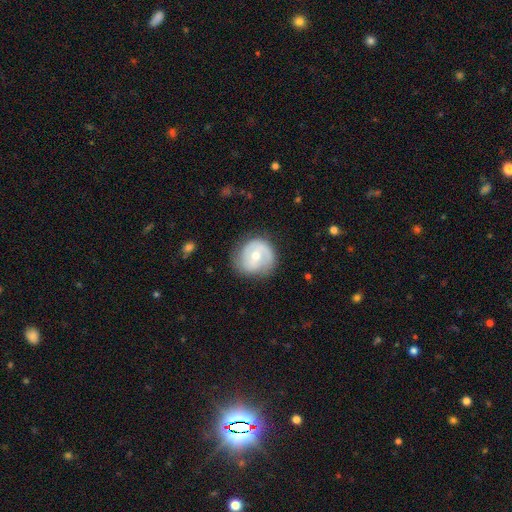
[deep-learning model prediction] Q: Smooth or featured?
A: featured or disk (64%); runner-up: smooth (30%)
Q: Edge-on disk?
A: no (97%); runner-up: yes (3%)
Q: Bar?
A: no (51%); runner-up: weak (39%)
Q: Spiral arms?
A: yes (82%); runner-up: no (18%)
Q: Spiral winding?
A: tight (42%); runner-up: medium (40%)
Q: Spiral arm count?
A: 2 (60%); runner-up: can't tell (17%)
Q: Bulge size?
A: moderate (61%); runner-up: small (35%)
Q: Merging?
A: none (73%); runner-up: minor disturbance (19%)